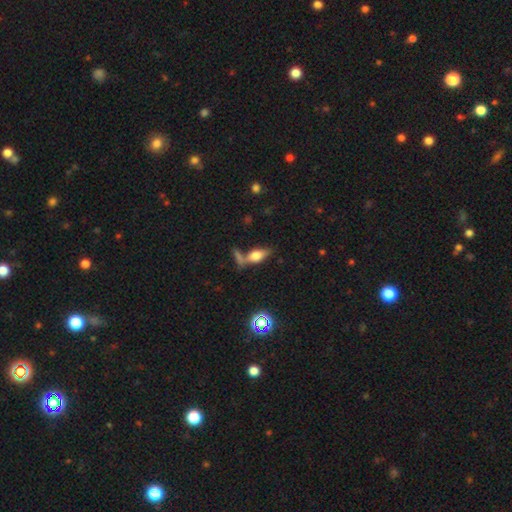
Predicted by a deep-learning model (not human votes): Smooth or featured: smooth — 55% (featured or disk — 31%)
How rounded: in between — 66% (cigar-shaped — 27%)
Merging: none — 51% (merger — 28%)